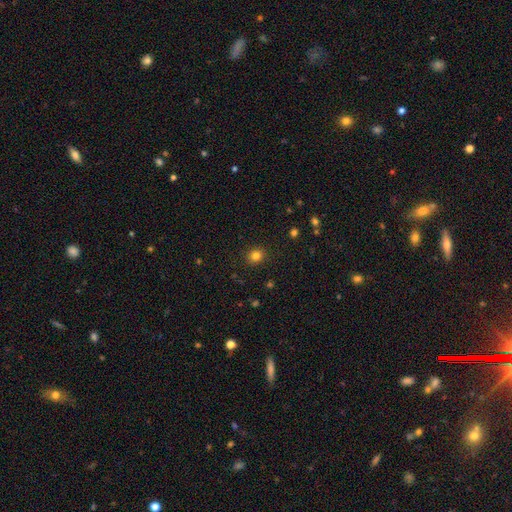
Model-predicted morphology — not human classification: A smooth galaxy with no disk features (82%) that is round (72%). Merging: none (90%).